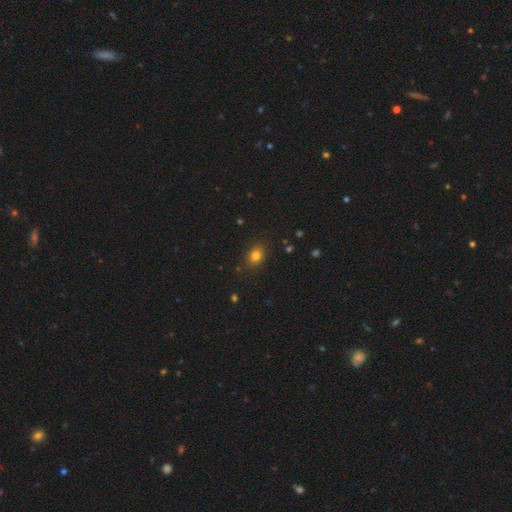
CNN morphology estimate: Smooth or featured?
  - smooth: 80% *
  - star or artifact: 13%
  - featured or disk: 7%
How rounded?
  - in between: 63% *
  - round: 35%
  - cigar-shaped: 1%
Merging?
  - none: 83% *
  - minor disturbance: 12%
  - major disturbance: 3%
  - merger: 1%